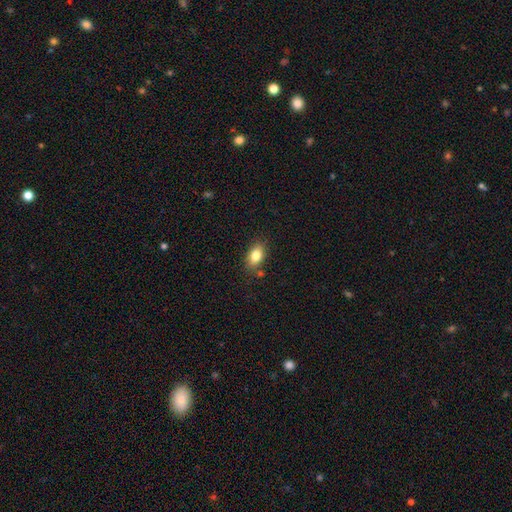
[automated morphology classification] Overall: smooth (82%). How rounded: in between (86%). Merging: none (81%).